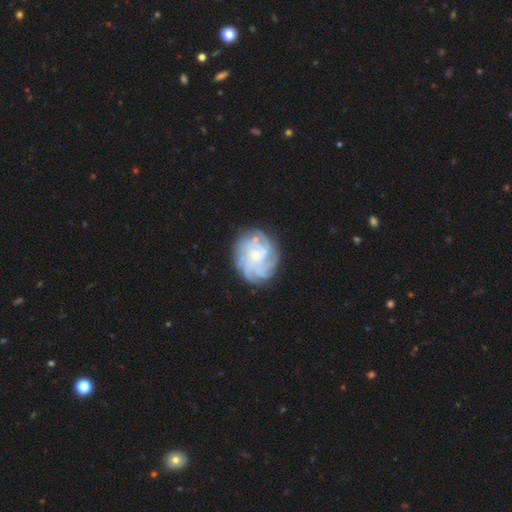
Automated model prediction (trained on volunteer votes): smooth-or-featured: featured or disk: 75% | smooth: 15% | star or artifact: 9%
  disk-edge-on: no: 98% | yes: 2%
    bar: no: 75% | weak: 21% | strong: 4%
    has-spiral-arms: yes: 94% | no: 6%
      spiral-winding: tight: 62% | medium: 27% | loose: 11%
      spiral-arm-count: can't tell: 31% | more than 4: 25% | 4: 19% | 3: 9% | 2: 8% | 1: 7%
    bulge-size: small: 63% | moderate: 27% | none: 5% | large: 3% | dominant: 1%
  merging: none: 80% | minor disturbance: 13% | major disturbance: 5% | merger: 1%